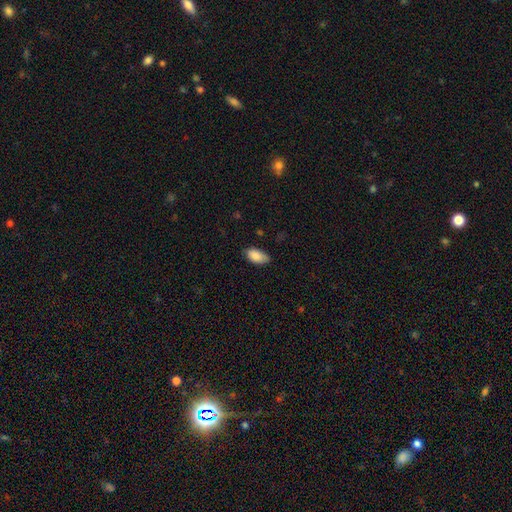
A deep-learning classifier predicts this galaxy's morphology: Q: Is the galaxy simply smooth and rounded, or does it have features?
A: smooth — 88%.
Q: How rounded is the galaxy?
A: in between — 94%.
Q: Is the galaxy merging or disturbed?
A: none — 71%.